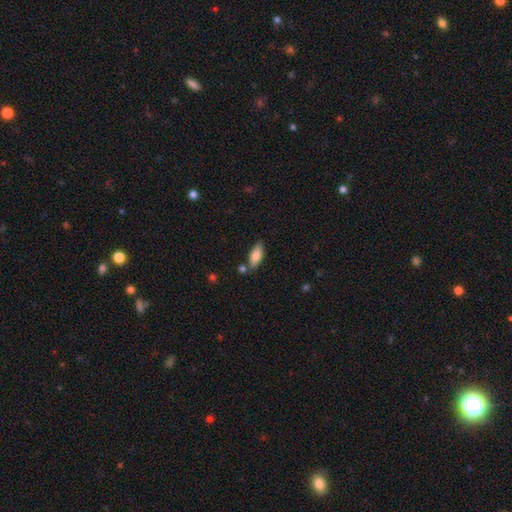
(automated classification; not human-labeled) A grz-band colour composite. It shows a smooth galaxy with no disk features (79%) that is in between round and cigar-shaped (82%). Merging: none (75%).